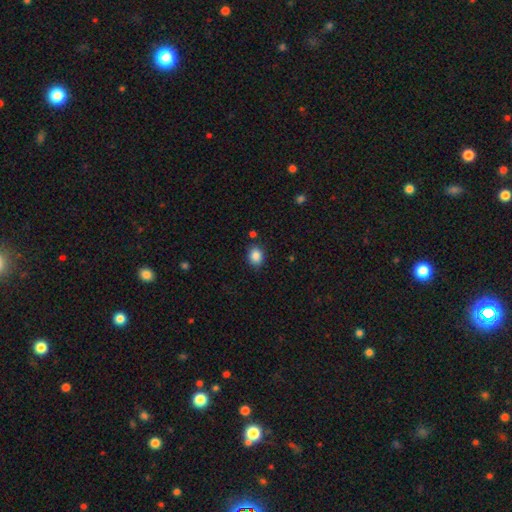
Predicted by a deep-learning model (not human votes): A smooth galaxy with no disk features (87%) that is in between round and cigar-shaped (50%). Merging: none (83%).